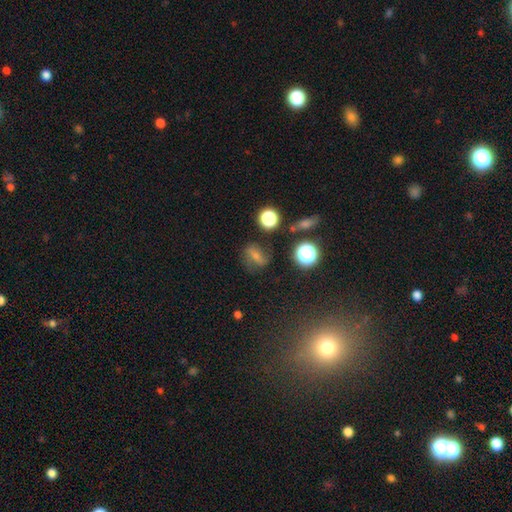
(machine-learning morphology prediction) type=smooth (49%); merging=none (67%).